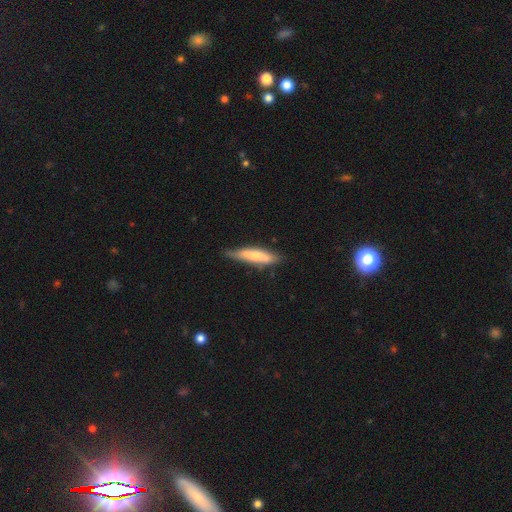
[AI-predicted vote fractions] Smooth or featured?
  - smooth: 66% *
  - featured or disk: 28%
  - star or artifact: 6%
How rounded?
  - cigar-shaped: 78% *
  - in between: 21%
  - round: 1%
Merging?
  - none: 62% *
  - minor disturbance: 30%
  - major disturbance: 5%
  - merger: 2%